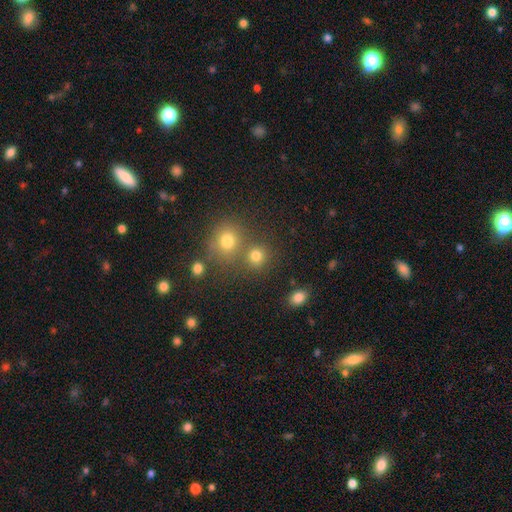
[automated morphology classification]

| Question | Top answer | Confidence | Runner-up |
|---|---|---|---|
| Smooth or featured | smooth | 78% | star or artifact (15%) |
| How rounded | round | 85% | in between (14%) |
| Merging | none | 68% | merger (21%) |